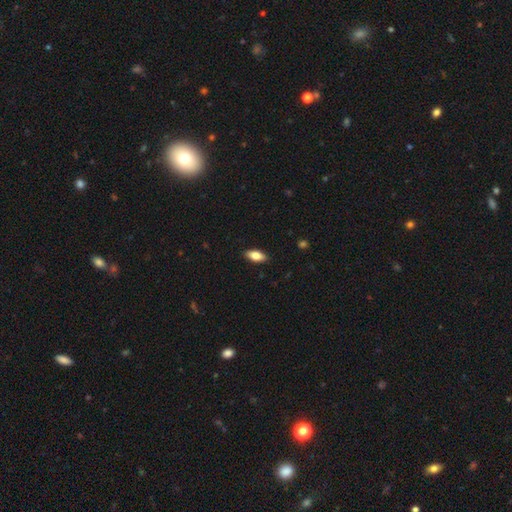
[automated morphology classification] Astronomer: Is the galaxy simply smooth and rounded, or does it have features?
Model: smooth — 78%.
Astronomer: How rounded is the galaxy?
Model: in between — 87%.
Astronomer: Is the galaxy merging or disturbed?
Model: none — 89%.